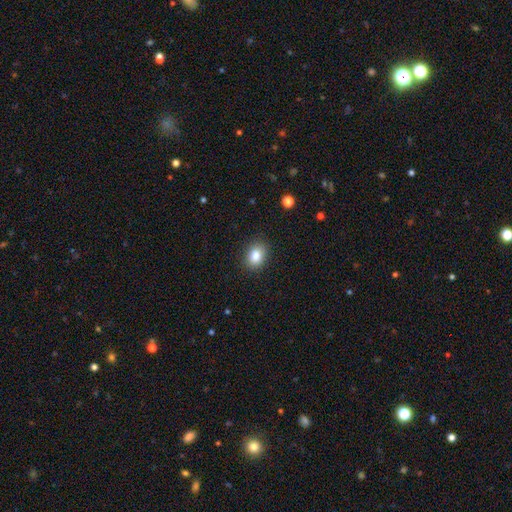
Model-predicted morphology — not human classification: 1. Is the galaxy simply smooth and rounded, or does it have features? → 84% smooth, 9% star or artifact, 7% featured or disk.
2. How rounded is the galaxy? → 63% in between, 36% round, 1% cigar-shaped.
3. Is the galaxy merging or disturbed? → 87% none, 9% minor disturbance, 2% major disturbance, 1% merger.